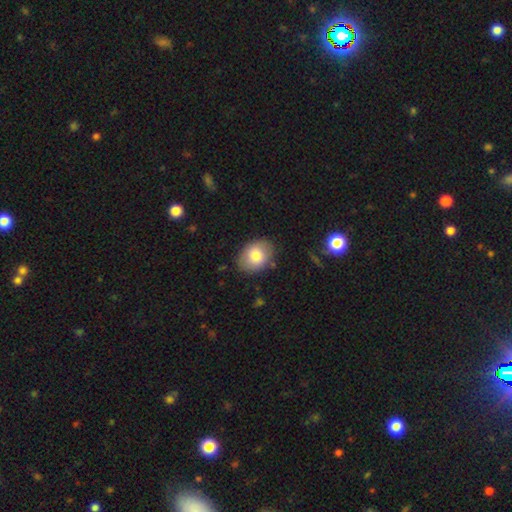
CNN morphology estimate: Smooth or featured? Predicted: smooth (p=0.80). How rounded? Predicted: in between (p=0.60). Merging? Predicted: none (p=0.83).